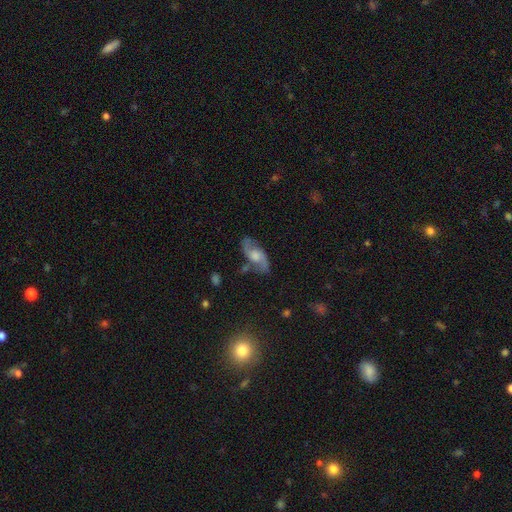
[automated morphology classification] A featured or disk galaxy (72%) with no bar (60%), 2 (90%) loose (49%) spiral arms (91%) and a moderate central bulge (45%).

Vote fractions:
- Smooth or featured? featured or disk: 72% / smooth: 21% / star or artifact: 7%
- Edge-on disk? no: 91% / yes: 9%
- Bar? no: 60% / weak: 34% / strong: 6%
- Spiral arms? yes: 91% / no: 9%
- Spiral winding? loose: 49% / medium: 40% / tight: 11%
- Spiral arm count? 2: 90% / can't tell: 5% / 1: 2% / 3: 1% / 4: 1% / more than 4: 1%
- Bulge size? moderate: 45% / large: 26% / small: 17% / none: 9% / dominant: 2%
- Merging? none: 71% / minor disturbance: 17% / major disturbance: 7% / merger: 5%